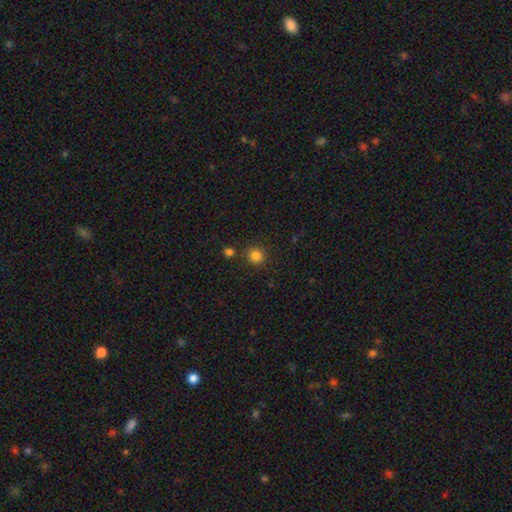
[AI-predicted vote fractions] This appears to be a smooth galaxy with no disk features (83%) that is round (89%). Merging: none (82%).